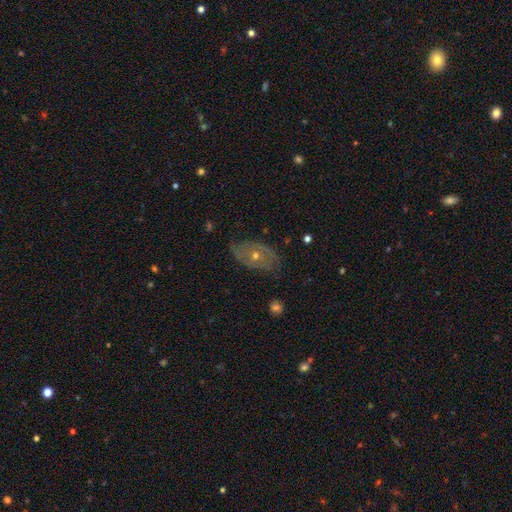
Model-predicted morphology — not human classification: A featured or disk galaxy (71%) with no bar (80%), spiral arms (73%) and a moderate central bulge (55%).

Vote fractions:
- Smooth or featured? featured or disk: 71% / smooth: 20% / star or artifact: 9%
- Edge-on disk? no: 92% / yes: 8%
- Bar? no: 80% / weak: 16% / strong: 4%
- Spiral arms? yes: 73% / no: 27%
- Bulge size? moderate: 55% / small: 42% / large: 2% / none: 1% / dominant: 1%
- Merging? none: 73% / minor disturbance: 19% / major disturbance: 6% / merger: 1%